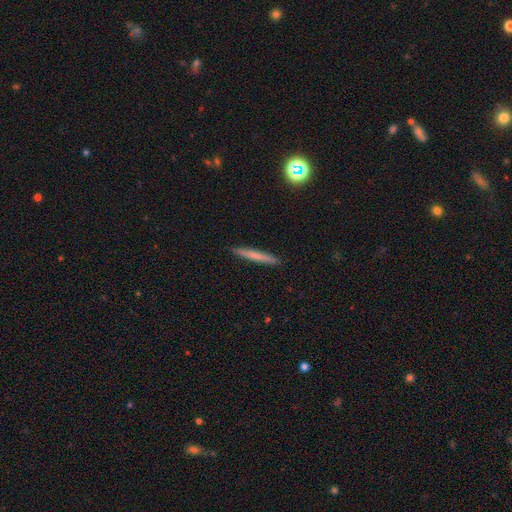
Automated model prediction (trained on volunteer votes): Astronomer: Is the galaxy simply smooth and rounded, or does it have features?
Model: smooth — 65%.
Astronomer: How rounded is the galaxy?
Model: cigar-shaped — 96%.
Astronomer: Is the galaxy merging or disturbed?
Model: none — 92%.